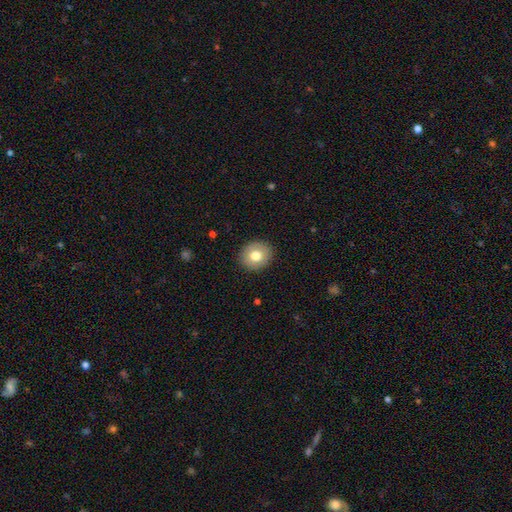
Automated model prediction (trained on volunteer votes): smooth-or-featured: smooth: 75% | featured or disk: 16% | star or artifact: 9%
  how-rounded: round: 77% | in between: 22% | cigar-shaped: 1%
  merging: none: 90% | minor disturbance: 7% | major disturbance: 2% | merger: 1%